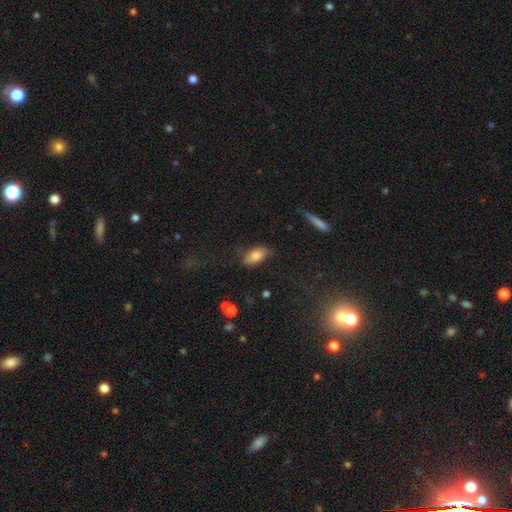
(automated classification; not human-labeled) Smooth or featured? smooth (78%)
How rounded? in between (90%)
Merging? none (71%)